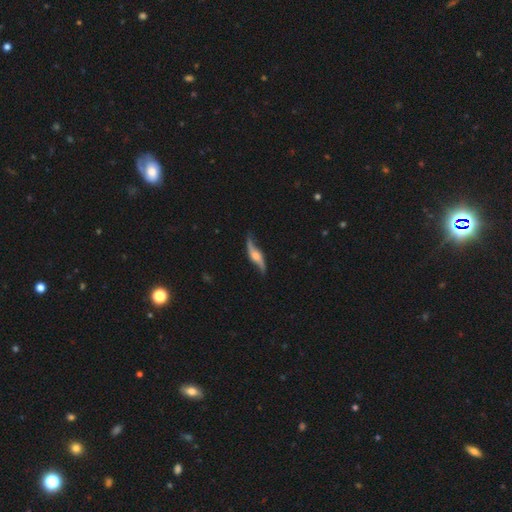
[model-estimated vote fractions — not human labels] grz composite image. It shows a featured or disk galaxy (78%). Merging: none (71%).